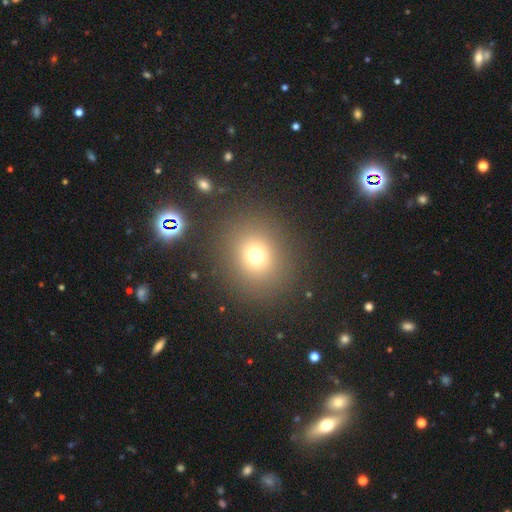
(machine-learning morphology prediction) Smooth or featured: smooth — 71% (star or artifact — 19%)
How rounded: round — 77% (in between — 22%)
Merging: none — 86% (minor disturbance — 7%)